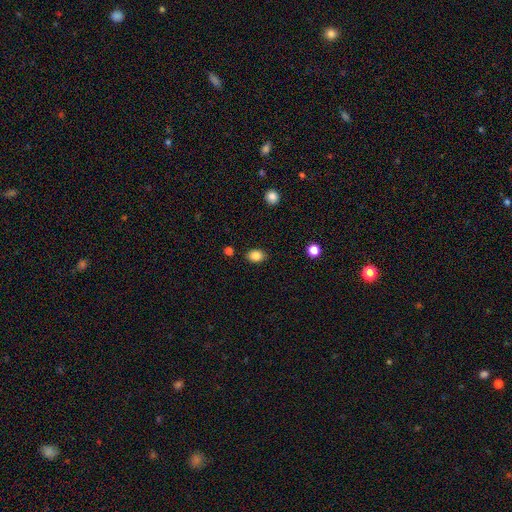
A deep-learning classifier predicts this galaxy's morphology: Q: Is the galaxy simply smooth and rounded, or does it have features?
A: smooth — 85%.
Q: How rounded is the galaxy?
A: in between — 72%.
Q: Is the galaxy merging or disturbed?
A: none — 87%.